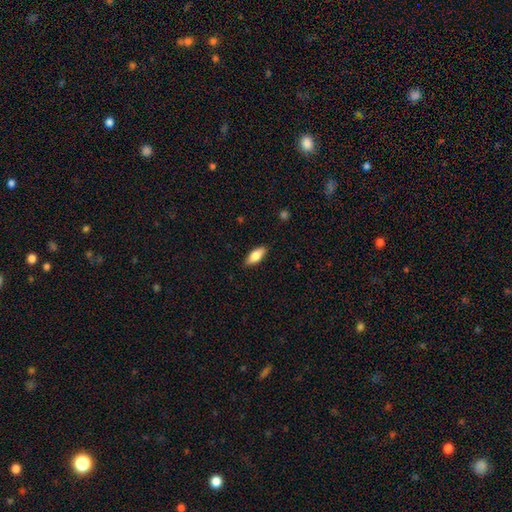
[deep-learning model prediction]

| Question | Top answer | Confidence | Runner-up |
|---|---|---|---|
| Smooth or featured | smooth | 76% | featured or disk (18%) |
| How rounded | in between | 82% | cigar-shaped (16%) |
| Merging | none | 88% | minor disturbance (9%) |